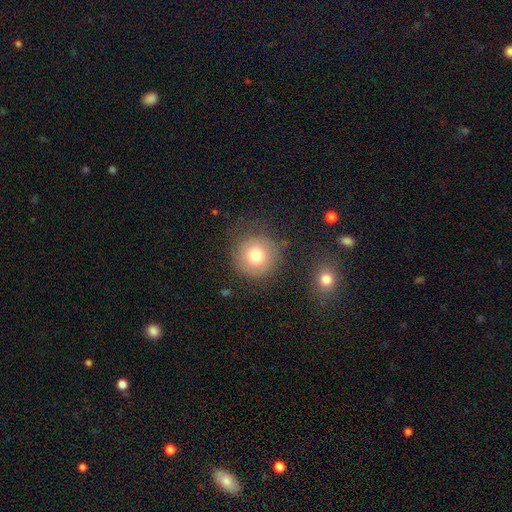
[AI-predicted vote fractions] Q: Smooth or featured?
A: smooth (75%); runner-up: featured or disk (15%)
Q: How rounded?
A: round (94%); runner-up: in between (5%)
Q: Merging?
A: none (78%); runner-up: minor disturbance (12%)